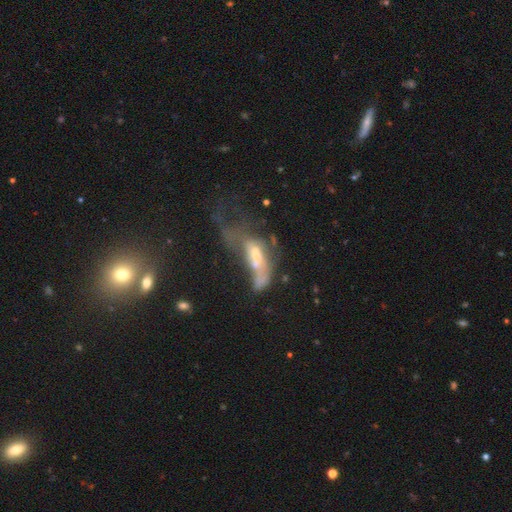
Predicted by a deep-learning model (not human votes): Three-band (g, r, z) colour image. It shows a featured or disk galaxy (51%). Merging: major disturbance (44%).